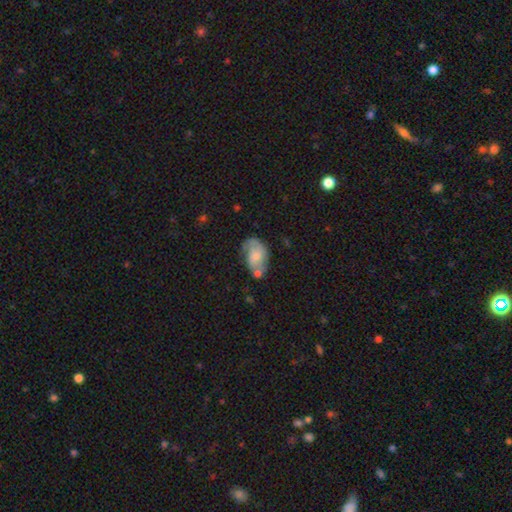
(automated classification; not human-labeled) Smooth or featured? featured or disk (47%)
Merging? none (41%)